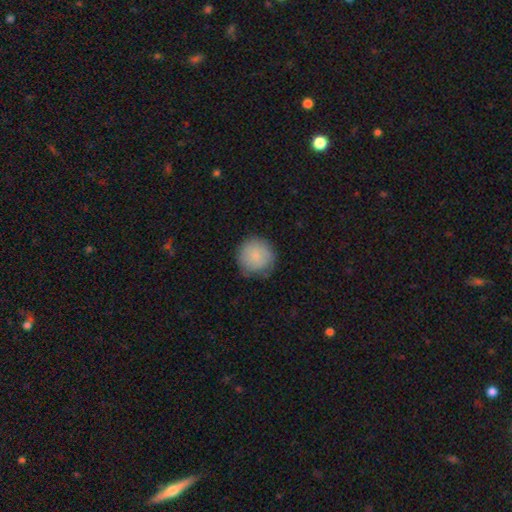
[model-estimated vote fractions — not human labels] smooth 83%, featured or disk 10%, star or artifact 7%. Down the decision tree: how rounded — round (94%); merging — none (79%).